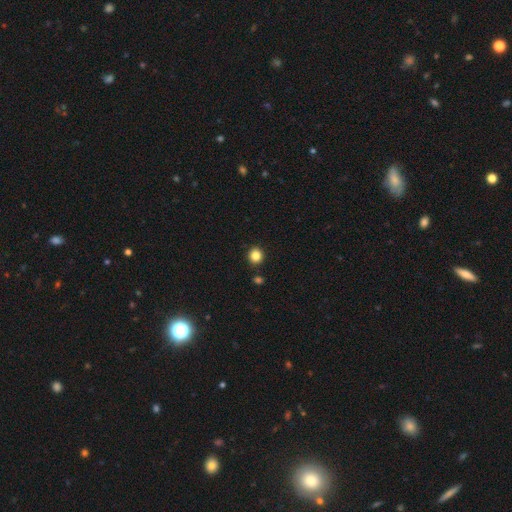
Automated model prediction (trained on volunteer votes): This is clearly a smooth galaxy (84%). How rounded: clearly round (90%). Merging: clearly none (90%).